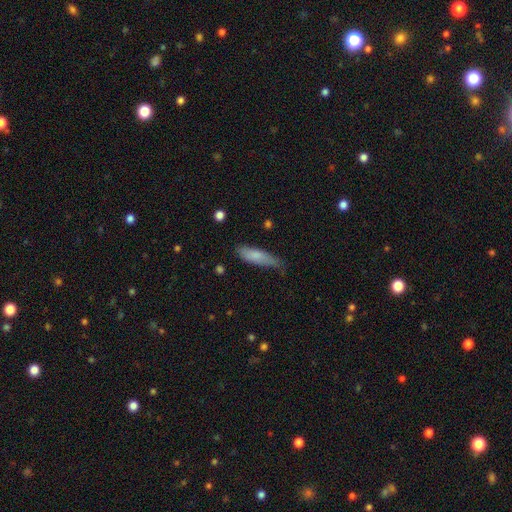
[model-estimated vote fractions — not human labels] Smooth or featured? Predicted: smooth (p=0.80). How rounded? Predicted: cigar-shaped (p=0.60). Merging? Predicted: none (p=0.53).